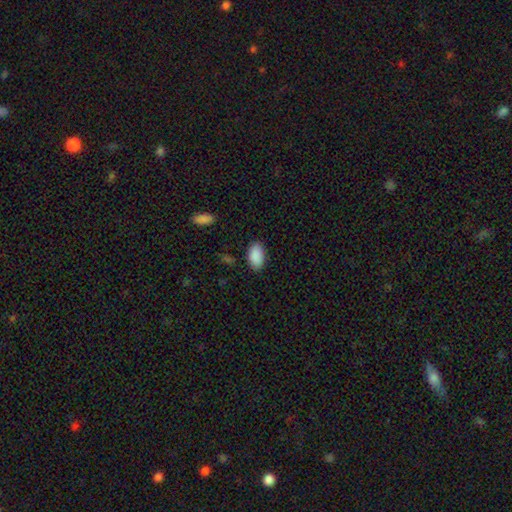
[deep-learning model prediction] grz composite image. It shows a smooth galaxy with no disk features (90%) that is in between round and cigar-shaped (94%). Merging: none (85%).